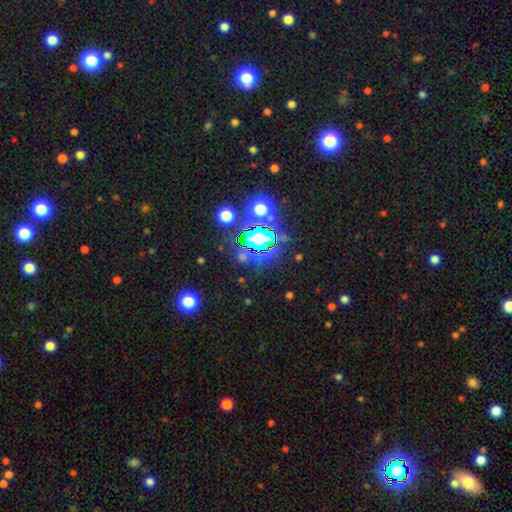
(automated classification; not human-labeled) This is likely a star or artifact rather than a galaxy (70%).